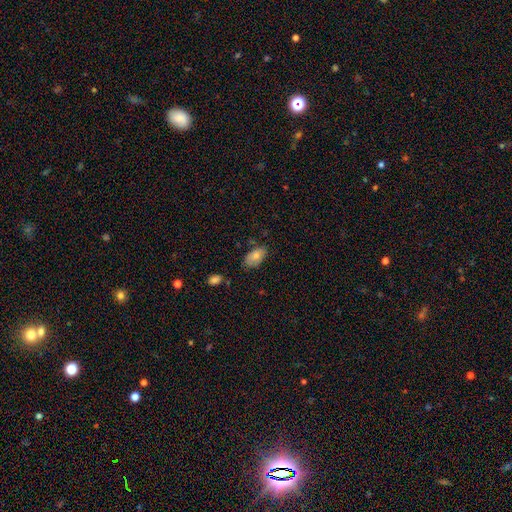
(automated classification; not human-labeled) A smooth galaxy with no disk features (77%) that is in between round and cigar-shaped (93%). Merging: none (73%).